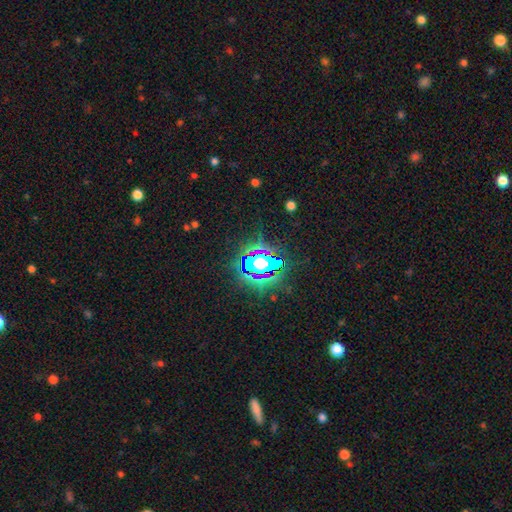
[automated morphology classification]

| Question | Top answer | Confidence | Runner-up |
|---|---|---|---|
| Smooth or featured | star or artifact | 83% | smooth (10%) |